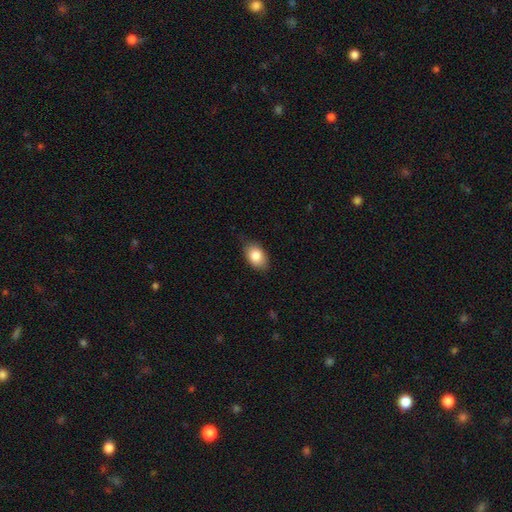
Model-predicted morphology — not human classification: A smooth galaxy with no disk features (84%) that is in between round and cigar-shaped (86%). Merging: none (76%).